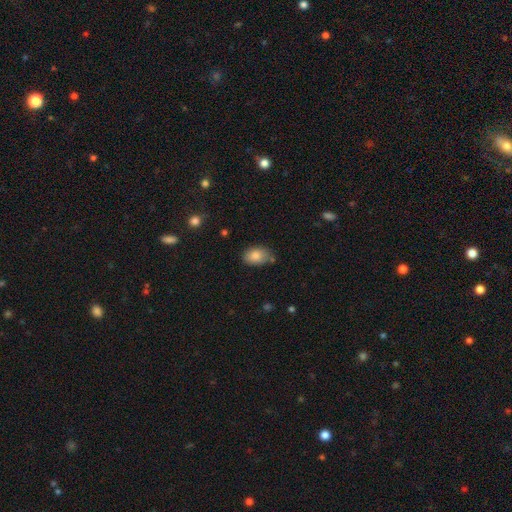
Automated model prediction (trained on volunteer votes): Smooth or featured? Predicted: smooth (p=0.85). How rounded? Predicted: in between (p=0.86). Merging? Predicted: none (p=0.70).